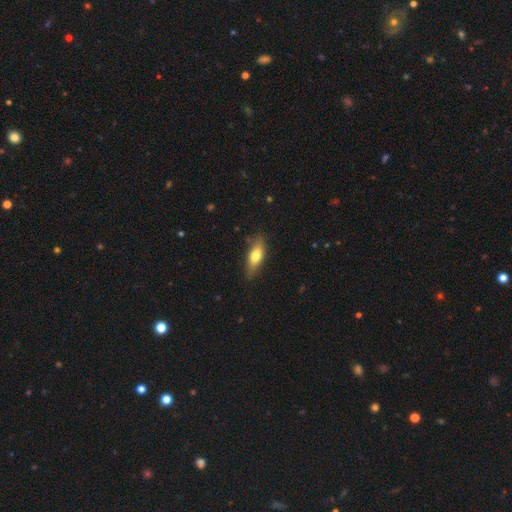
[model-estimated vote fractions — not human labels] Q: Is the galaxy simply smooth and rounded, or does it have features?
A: smooth — 69%.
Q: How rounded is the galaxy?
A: in between — 67%.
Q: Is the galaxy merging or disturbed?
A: none — 77%.